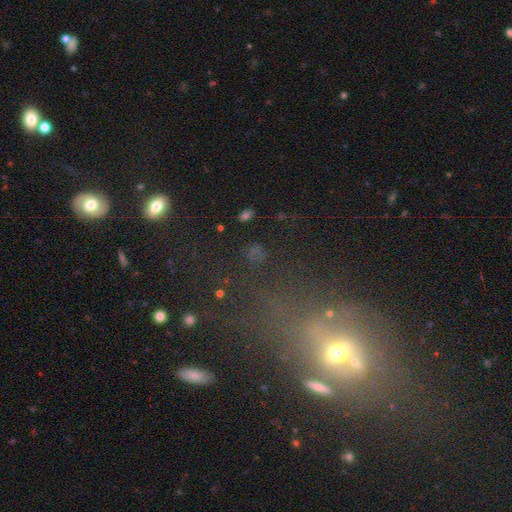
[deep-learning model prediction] smooth_or_featured: star or artifact (p=0.41) [alt: smooth p=0.40]